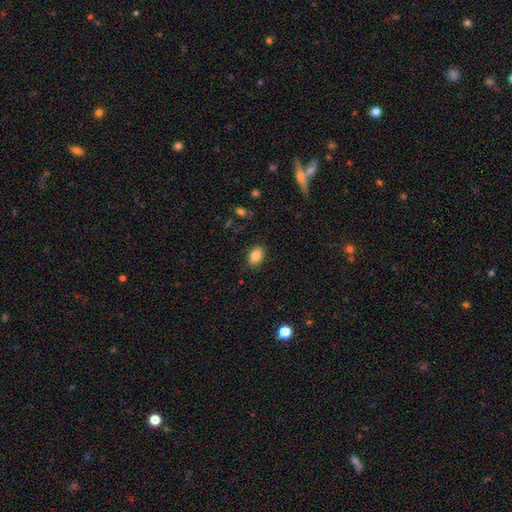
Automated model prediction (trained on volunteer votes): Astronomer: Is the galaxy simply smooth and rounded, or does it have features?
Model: smooth — 84%.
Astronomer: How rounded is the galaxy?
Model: in between — 86%.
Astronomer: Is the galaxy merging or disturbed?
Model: none — 86%.